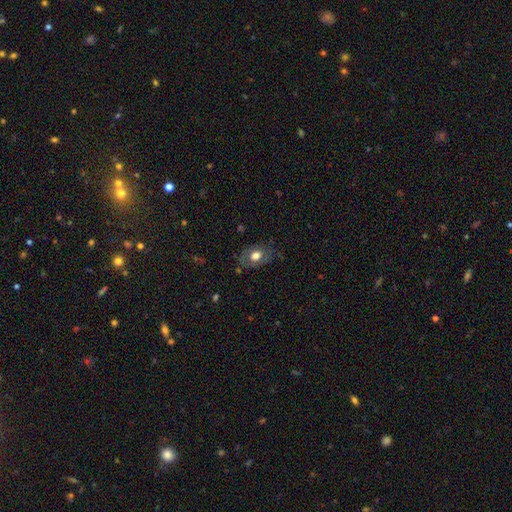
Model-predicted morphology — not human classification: Overall: smooth (62%; featured or disk 30%). How rounded: in between (78%). Merging: none (71%).